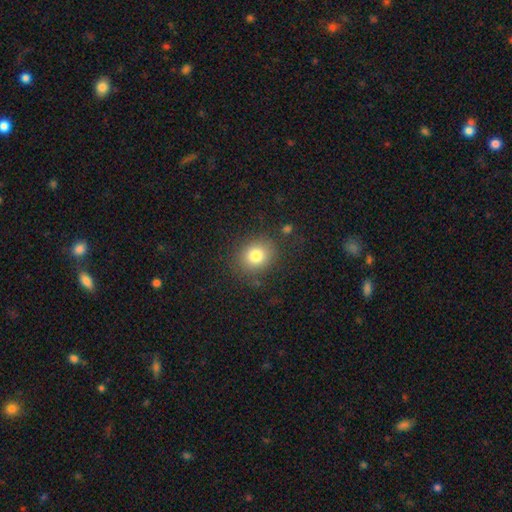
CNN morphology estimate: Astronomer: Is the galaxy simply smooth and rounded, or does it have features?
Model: smooth — 80%.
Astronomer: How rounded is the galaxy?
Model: round — 72%.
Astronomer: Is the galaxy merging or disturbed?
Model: none — 83%.